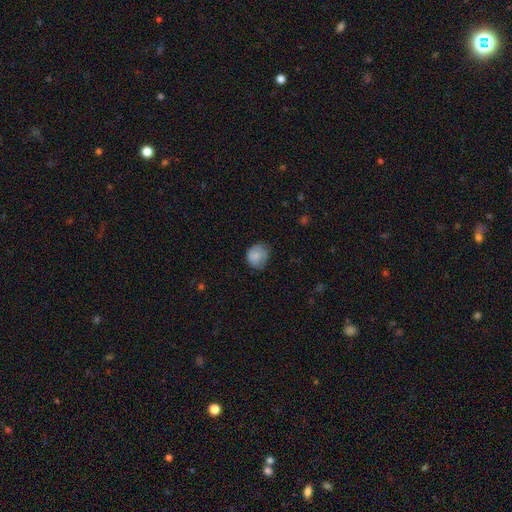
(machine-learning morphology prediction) A smooth galaxy with no disk features (83%) that is round (77%). Merging: none (66%).